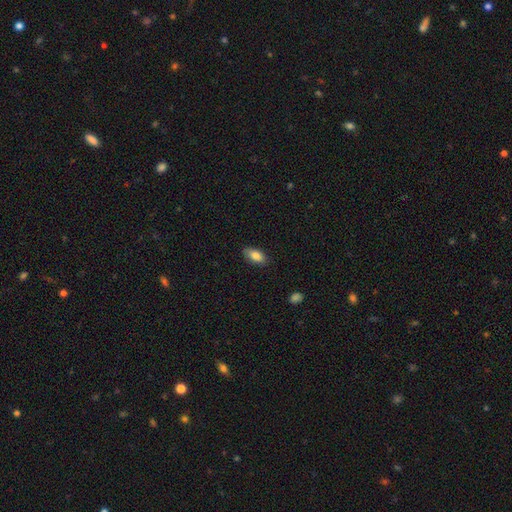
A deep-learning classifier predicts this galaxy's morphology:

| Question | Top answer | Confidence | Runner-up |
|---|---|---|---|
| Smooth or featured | smooth | 83% | featured or disk (10%) |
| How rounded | in between | 89% | cigar-shaped (8%) |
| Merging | none | 85% | minor disturbance (12%) |